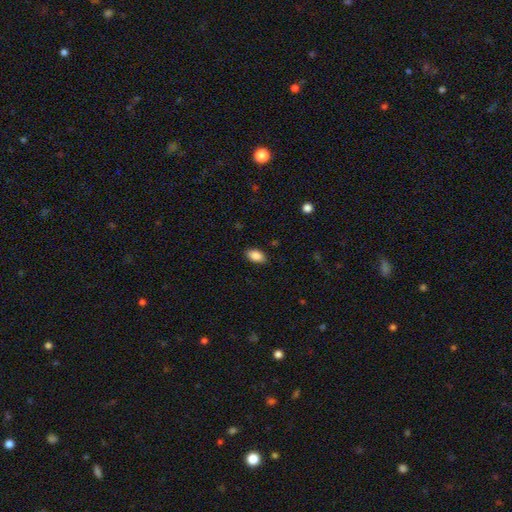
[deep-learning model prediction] A smooth galaxy with no disk features (87%) that is in between round and cigar-shaped (92%). Merging: none (86%).